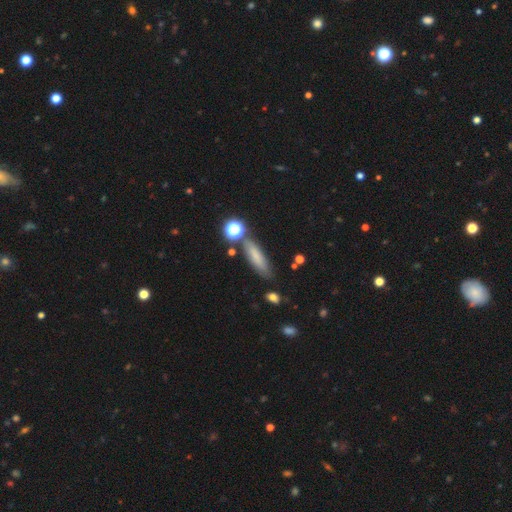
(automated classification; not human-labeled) Smooth or featured? Predicted: smooth (p=0.71). How rounded? Predicted: cigar-shaped (p=0.63). Merging? Predicted: none (p=0.73).